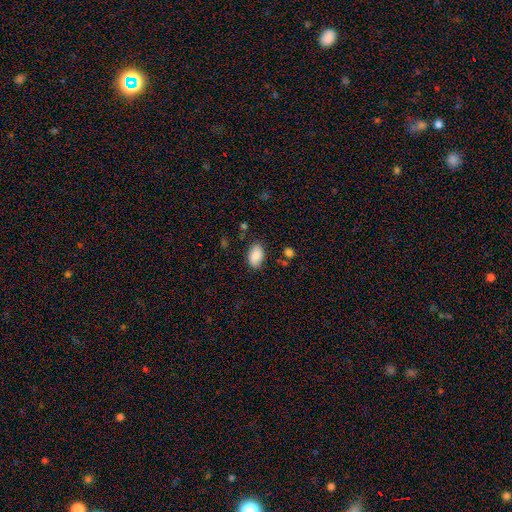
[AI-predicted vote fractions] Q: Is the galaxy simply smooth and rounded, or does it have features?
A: smooth — 88%.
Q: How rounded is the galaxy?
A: in between — 91%.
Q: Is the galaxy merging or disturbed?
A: none — 82%.